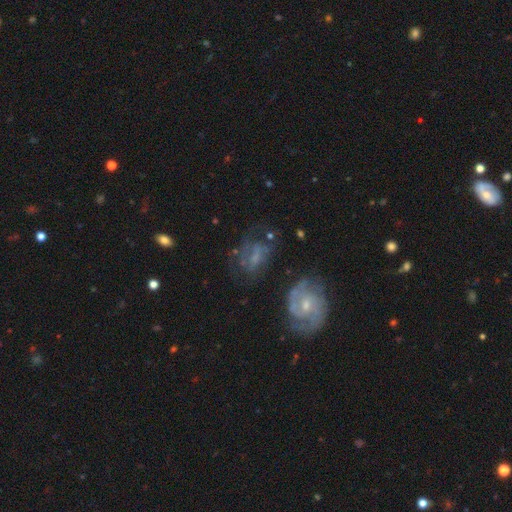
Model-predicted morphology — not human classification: A featured or disk galaxy (57%) with no bar (50%), spiral arms (68%) and a small central bulge (41%). Merging: none (47%).